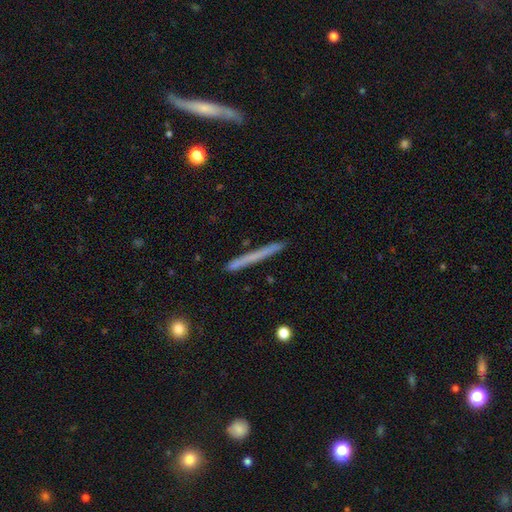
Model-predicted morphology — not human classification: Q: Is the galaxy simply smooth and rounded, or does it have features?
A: smooth — 58%.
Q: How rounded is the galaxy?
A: cigar-shaped — 97%.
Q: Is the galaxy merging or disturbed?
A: none — 89%.